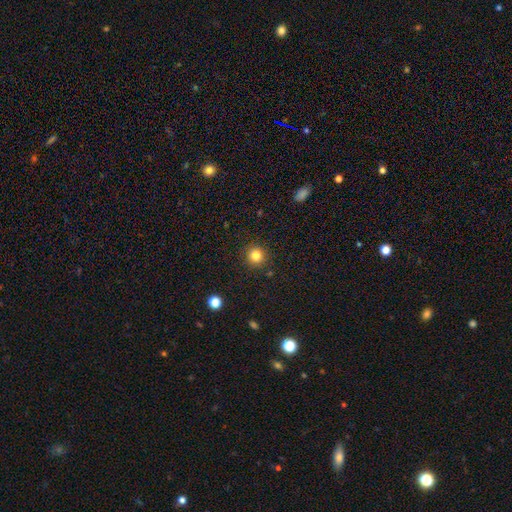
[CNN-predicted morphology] Q: Smooth or featured?
A: smooth (83%); runner-up: star or artifact (12%)
Q: How rounded?
A: round (94%); runner-up: in between (6%)
Q: Merging?
A: none (91%); runner-up: minor disturbance (6%)